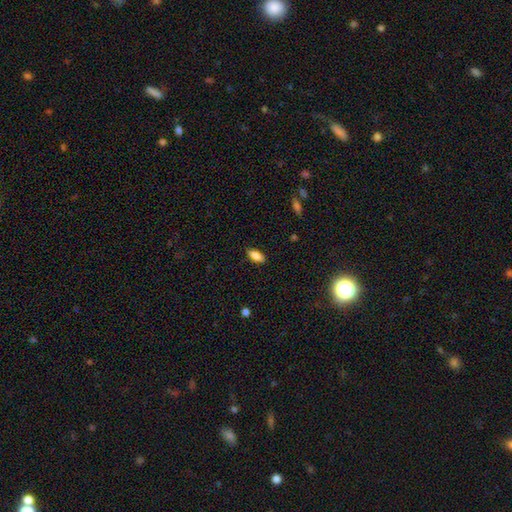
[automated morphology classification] Smooth or featured? Predicted: smooth (p=0.80). How rounded? Predicted: in between (p=0.79). Merging? Predicted: none (p=0.87).